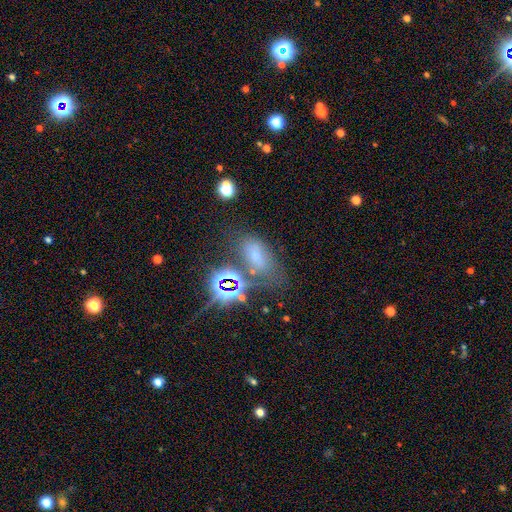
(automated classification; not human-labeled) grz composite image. It shows a smooth galaxy with no disk features (52%) that is in between round and cigar-shaped (87%). Merging: none (52%).